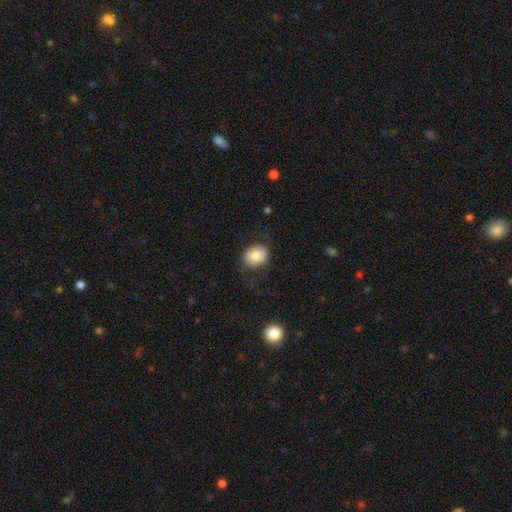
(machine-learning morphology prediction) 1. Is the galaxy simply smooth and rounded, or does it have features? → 76% smooth, 16% featured or disk, 8% star or artifact.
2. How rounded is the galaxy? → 57% round, 42% in between, 1% cigar-shaped.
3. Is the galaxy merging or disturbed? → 73% none, 17% minor disturbance, 9% major disturbance, 1% merger.